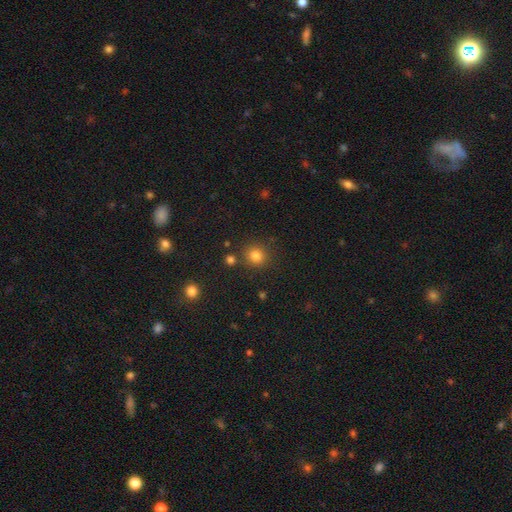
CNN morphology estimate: smooth_or_featured: smooth (p=0.81) [alt: star or artifact p=0.14]
how_rounded: round (p=0.88) [alt: in between p=0.12]
merging: none (p=0.84) [alt: minor disturbance p=0.08]